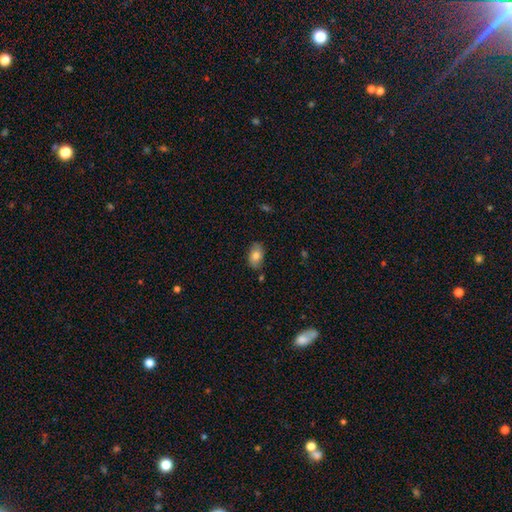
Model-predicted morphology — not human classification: smooth_or_featured: smooth (p=0.80) [alt: featured or disk p=0.13]
how_rounded: in between (p=0.91) [alt: round p=0.08]
merging: none (p=0.80) [alt: minor disturbance p=0.15]